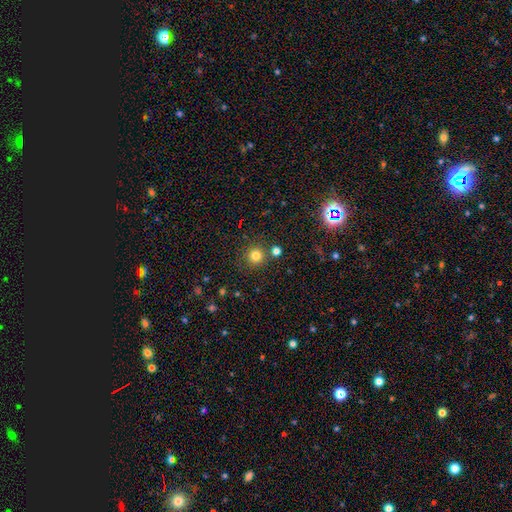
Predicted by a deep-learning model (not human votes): This appears to be a smooth galaxy with no disk features (79%) that is round (93%). Merging: none (80%).